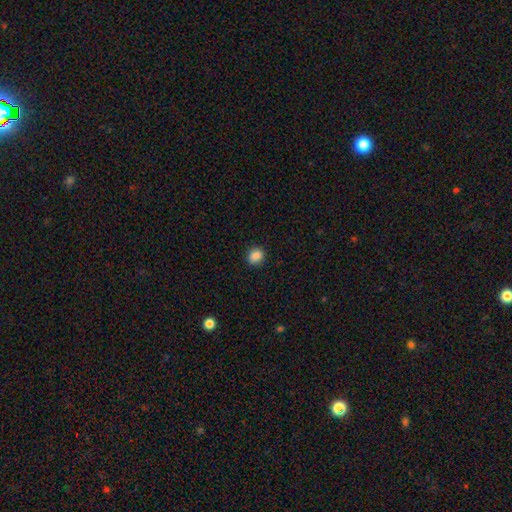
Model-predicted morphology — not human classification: This appears to be a smooth galaxy with no disk features (87%) that is round (78%). Merging: none (90%).